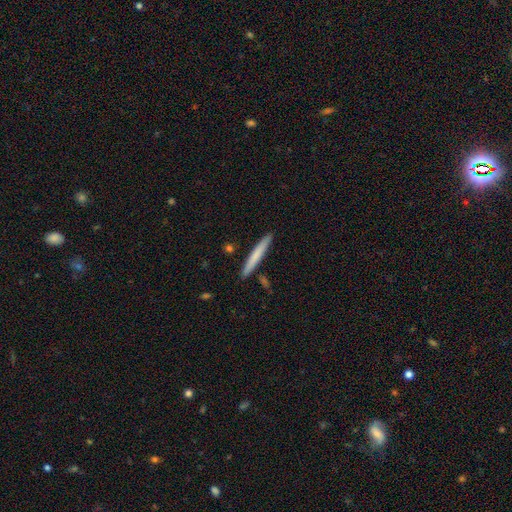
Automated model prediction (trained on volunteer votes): Overall: smooth (70%). How rounded: cigar-shaped (96%). Merging: none (89%).